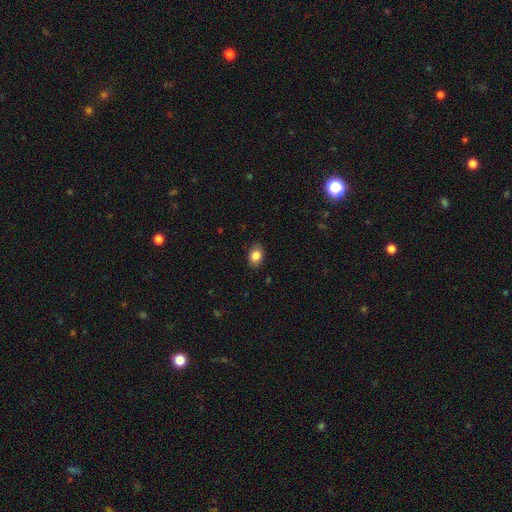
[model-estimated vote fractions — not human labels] A smooth galaxy with no disk features (85%) that is in between round and cigar-shaped (75%).

Vote fractions:
- Smooth or featured? smooth: 85% / star or artifact: 8% / featured or disk: 7%
- How rounded? in between: 75% / round: 24% / cigar-shaped: 1%
- Merging? none: 87% / minor disturbance: 10% / major disturbance: 2% / merger: 1%